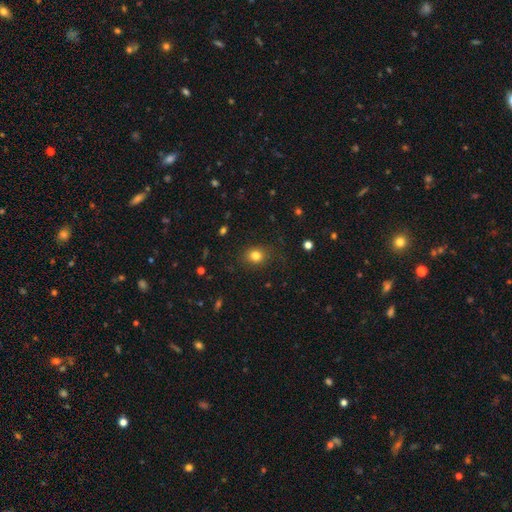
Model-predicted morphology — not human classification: The model was most divided on "how rounded": round: 67%, in between: 32%, cigar-shaped: 1%. More confident: merging — none (82%); smooth or featured — smooth (81%).